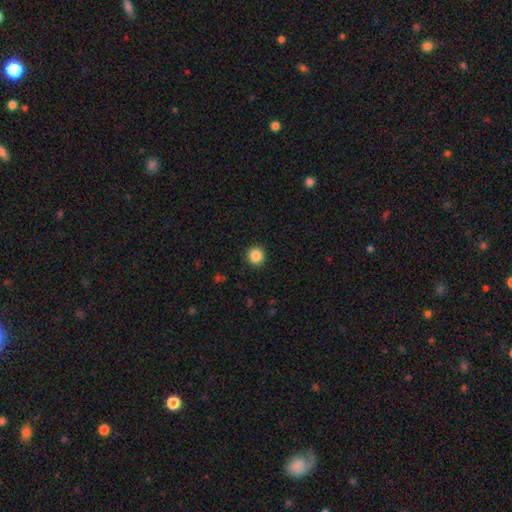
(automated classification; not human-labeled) A smooth galaxy with no disk features (86%) that is round (94%). Merging: none (92%).